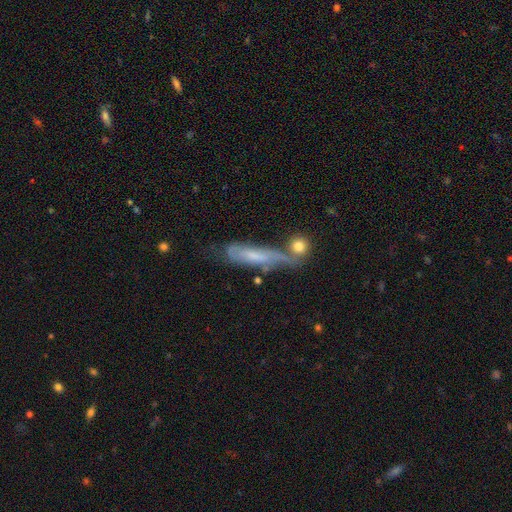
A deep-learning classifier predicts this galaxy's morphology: smooth_or_featured: featured or disk (p=0.49) [alt: smooth p=0.41]
merging: none (p=0.43) [alt: minor disturbance p=0.23]